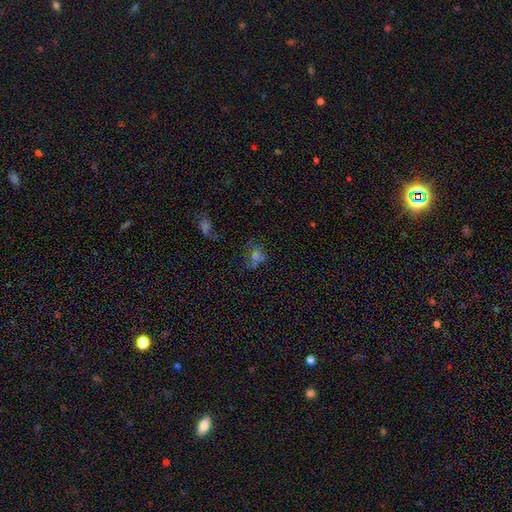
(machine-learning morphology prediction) A star or artifact, not a galaxy (40%).

Vote fractions:
- Smooth or featured? star or artifact: 40% / smooth: 31% / featured or disk: 29%